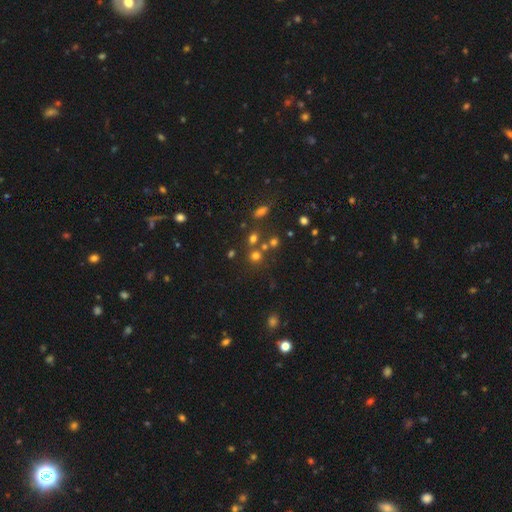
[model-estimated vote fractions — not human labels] The model was most divided on "smooth or featured": smooth: 64%, star or artifact: 26%, featured or disk: 10%. More confident: how rounded — round (86%); merging — none (66%).